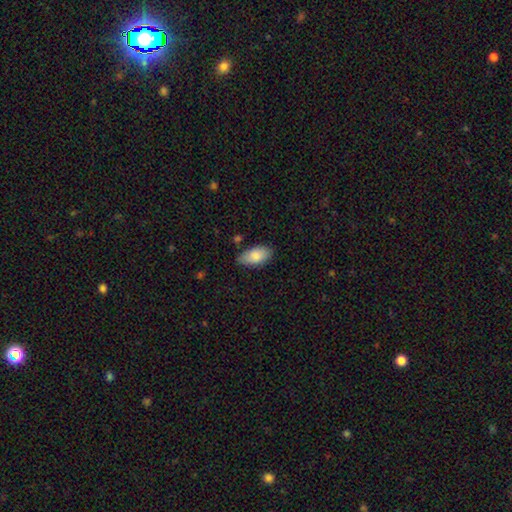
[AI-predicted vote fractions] This appears to be a smooth galaxy with no disk features (85%) that is in between round and cigar-shaped (94%). Merging: none (75%).